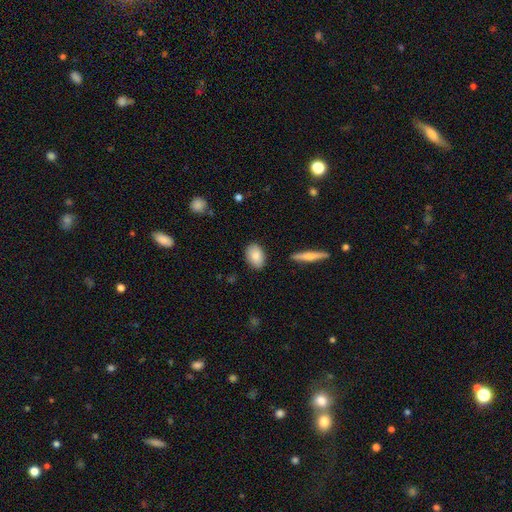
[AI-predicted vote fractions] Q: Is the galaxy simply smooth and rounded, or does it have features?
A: smooth — 83%.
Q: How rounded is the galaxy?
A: in between — 87%.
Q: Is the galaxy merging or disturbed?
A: none — 86%.